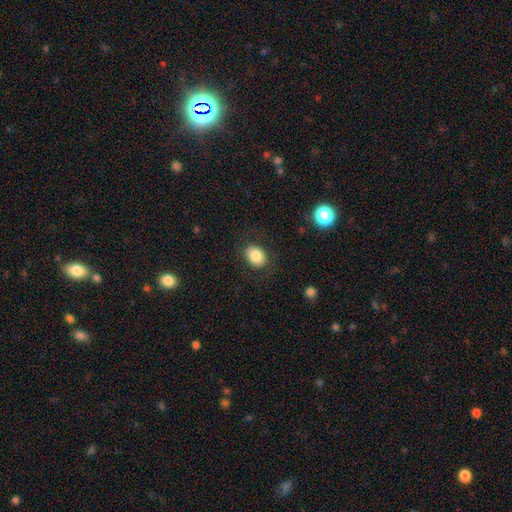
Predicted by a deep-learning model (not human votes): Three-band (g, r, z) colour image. It shows a smooth galaxy with no disk features (83%) that is in between round and cigar-shaped (60%). Merging: none (83%).